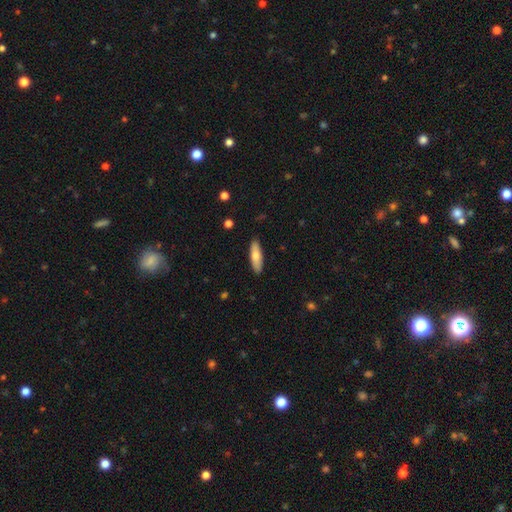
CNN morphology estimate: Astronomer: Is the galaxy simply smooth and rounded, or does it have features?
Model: smooth — 75%.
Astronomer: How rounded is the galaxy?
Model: cigar-shaped — 54% (runner-up: in between, 44%).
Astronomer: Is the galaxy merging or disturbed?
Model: none — 89%.